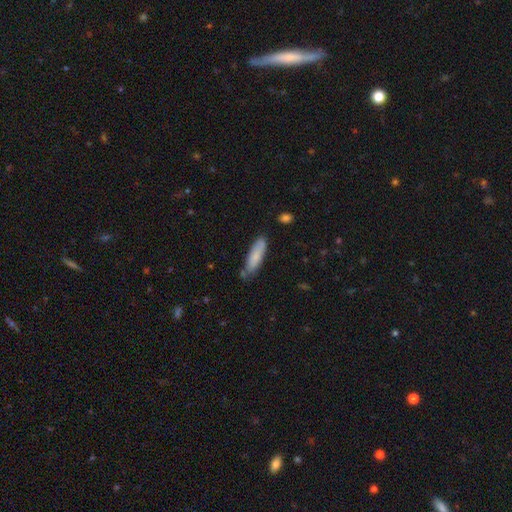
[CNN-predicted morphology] A smooth galaxy with no disk features (80%) that is cigar-shaped (69%).

Vote fractions:
- Smooth or featured? smooth: 80% / featured or disk: 14% / star or artifact: 6%
- How rounded? cigar-shaped: 69% / in between: 30% / round: 1%
- Merging? none: 71% / minor disturbance: 21% / merger: 4% / major disturbance: 4%